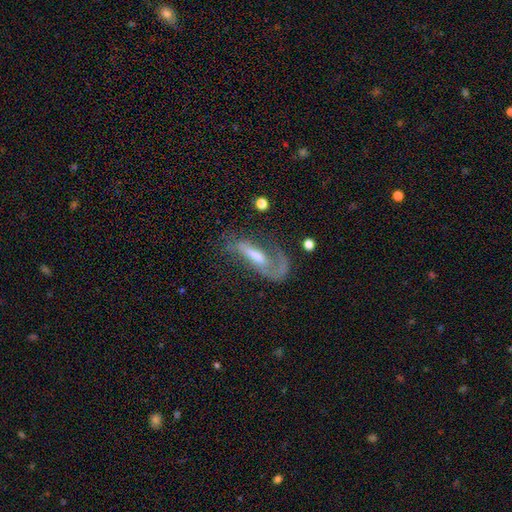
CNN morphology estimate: Smooth or featured?
  - featured or disk: 70% *
  - smooth: 22%
  - star or artifact: 8%
Edge-on disk?
  - no: 80% *
  - yes: 20%
Bar?
  - weak: 38% *
  - strong: 33%
  - no: 29%
Spiral arms?
  - yes: 82% *
  - no: 18%
Bulge size?
  - moderate: 44% *
  - small: 22%
  - large: 17%
  - none: 14%
  - dominant: 3%
Merging?
  - none: 41% *
  - major disturbance: 36%
  - minor disturbance: 18%
  - merger: 4%